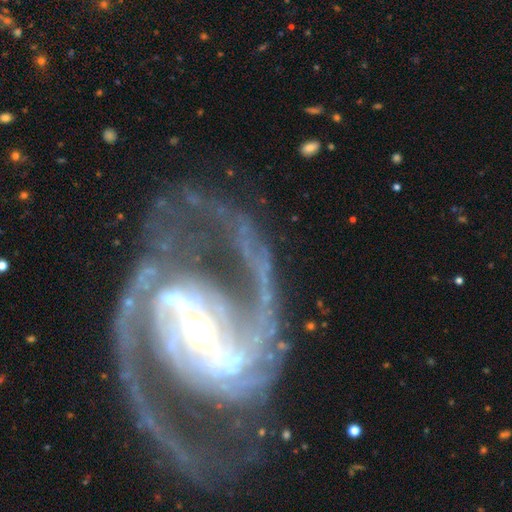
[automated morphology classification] A featured or disk galaxy (92%) with a strong bar (47%), 2 (78%) medium (55%) spiral arms (98%) and a moderate central bulge (54%). Merging: none (63%).